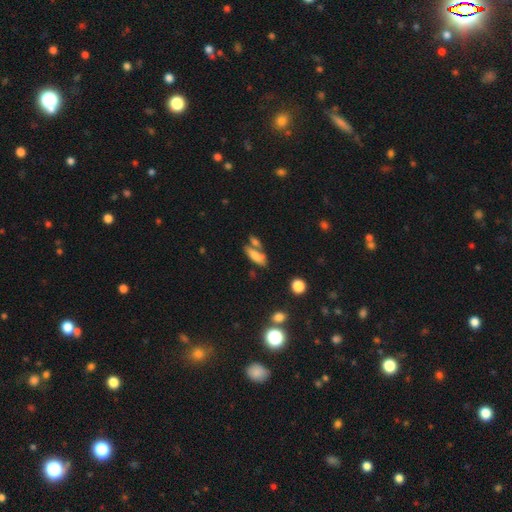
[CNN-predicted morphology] smooth-or-featured: smooth: 74% | featured or disk: 17% | star or artifact: 9%
  how-rounded: in between: 64% | cigar-shaped: 33% | round: 3%
  merging: none: 45% | merger: 35% | minor disturbance: 14% | major disturbance: 6%